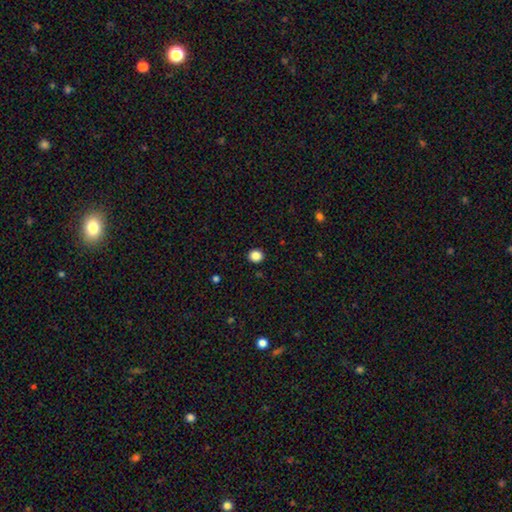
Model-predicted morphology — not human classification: type=smooth (86%); roundness=round (84%); merging=none (92%).